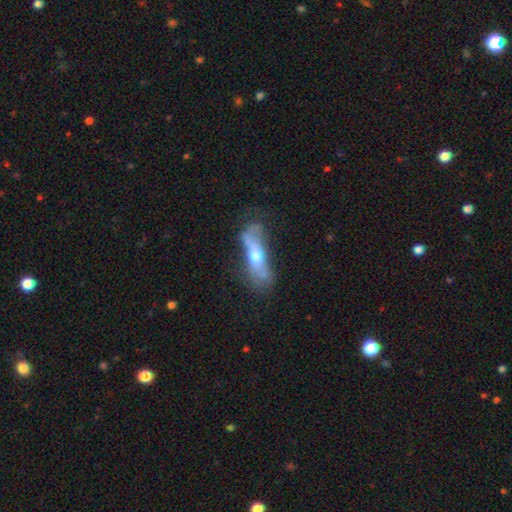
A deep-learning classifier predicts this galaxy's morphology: Q: Smooth or featured?
A: featured or disk (56%); runner-up: smooth (37%)
Q: Edge-on disk?
A: no (53%); runner-up: yes (47%)
Q: Merging?
A: none (43%); runner-up: minor disturbance (27%)